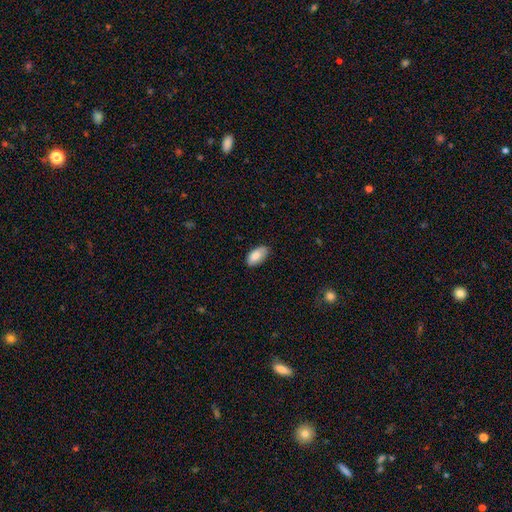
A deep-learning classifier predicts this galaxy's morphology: The model was most divided on "merging": none: 78%, minor disturbance: 19%, major disturbance: 3%, merger: 1%. More confident: how rounded — in between (94%); smooth or featured — smooth (84%).